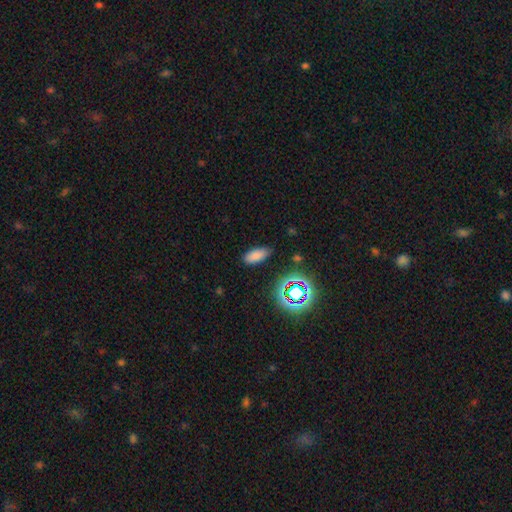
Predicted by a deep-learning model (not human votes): Smooth or featured: smooth — 78% (star or artifact — 16%)
How rounded: in between — 85% (cigar-shaped — 11%)
Merging: none — 85% (minor disturbance — 11%)